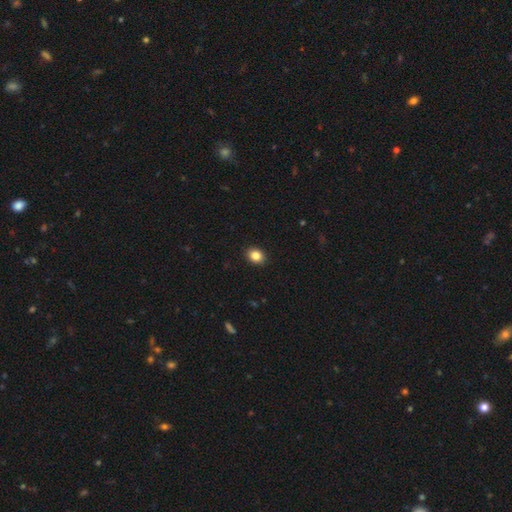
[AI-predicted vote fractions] Smooth or featured?
  - smooth: 86% *
  - star or artifact: 10%
  - featured or disk: 5%
How rounded?
  - in between: 53% *
  - round: 46%
  - cigar-shaped: 1%
Merging?
  - none: 91% *
  - minor disturbance: 7%
  - major disturbance: 2%
  - merger: 1%